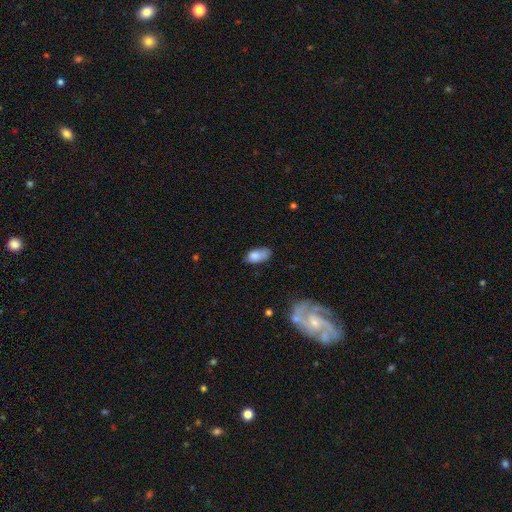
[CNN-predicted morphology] Q: Smooth or featured?
A: smooth (79%); runner-up: featured or disk (14%)
Q: How rounded?
A: in between (90%); runner-up: cigar-shaped (6%)
Q: Merging?
A: none (54%); runner-up: minor disturbance (33%)